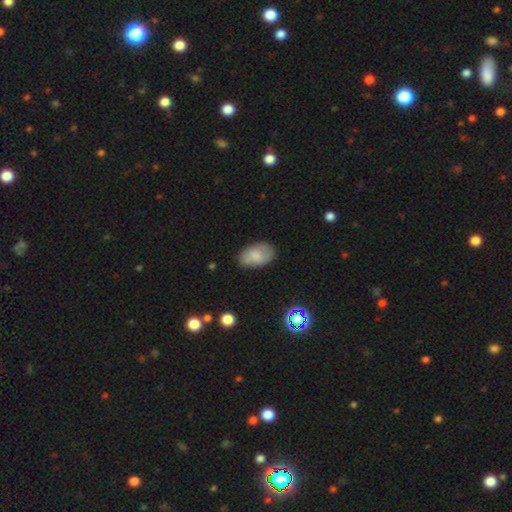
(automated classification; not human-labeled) Smooth or featured? smooth (77%)
How rounded? in between (92%)
Merging? none (78%)